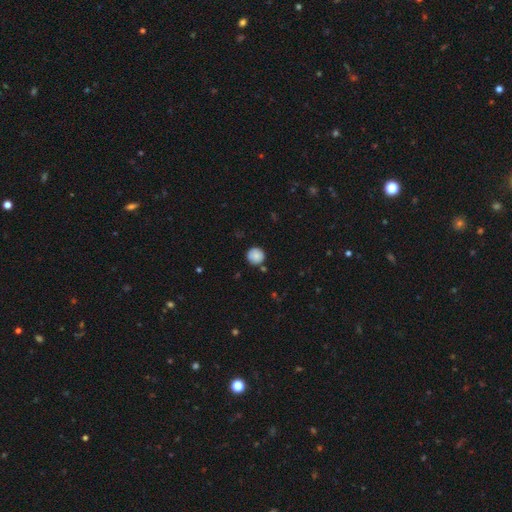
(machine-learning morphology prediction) Overall: smooth (83%). How rounded: round (94%). Merging: none (80%).